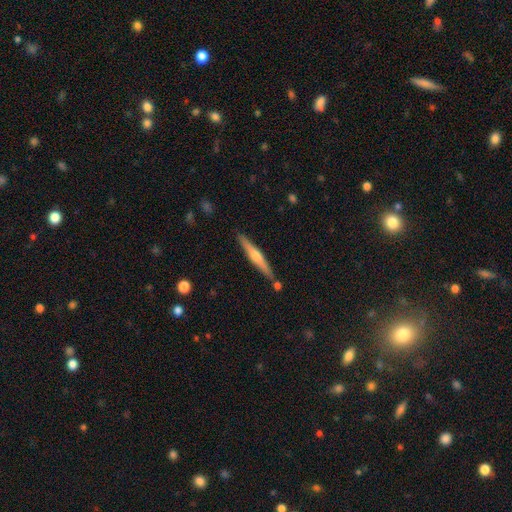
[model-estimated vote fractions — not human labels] Smooth or featured: featured or disk — 63% (smooth — 31%)
Edge-on disk: yes — 98% (no — 2%)
Edge-on bulge: rounded — 83% (none — 10%)
Merging: none — 88% (minor disturbance — 8%)